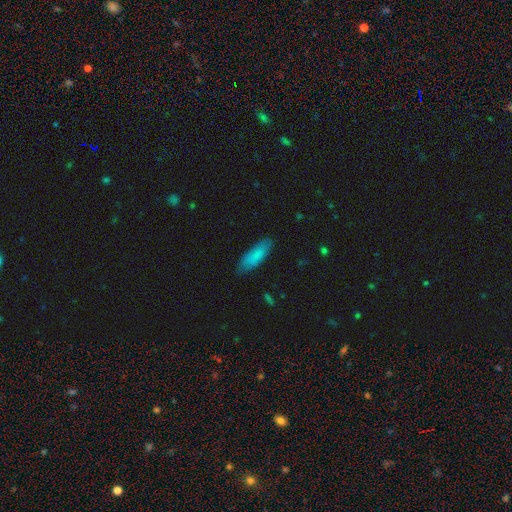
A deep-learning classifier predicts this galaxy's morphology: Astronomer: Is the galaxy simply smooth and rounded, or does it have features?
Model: smooth — 83%.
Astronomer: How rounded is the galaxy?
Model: in between — 58% (runner-up: cigar-shaped, 41%).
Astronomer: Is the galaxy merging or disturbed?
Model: none — 80%.